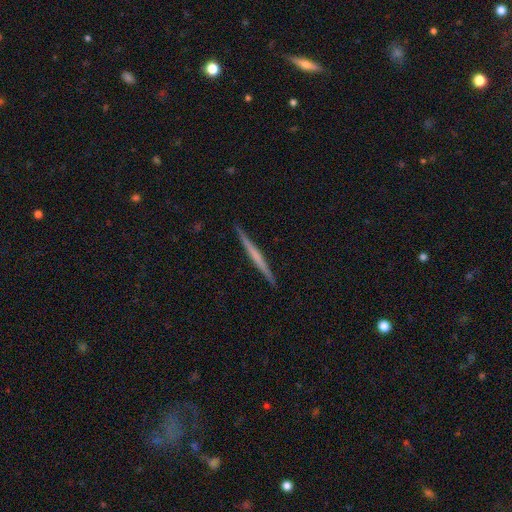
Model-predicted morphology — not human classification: Overall: featured or disk (57%; smooth 38%). Edge-on disk: yes (98%). Edge-on bulge: none (77%). Merging: none (92%).